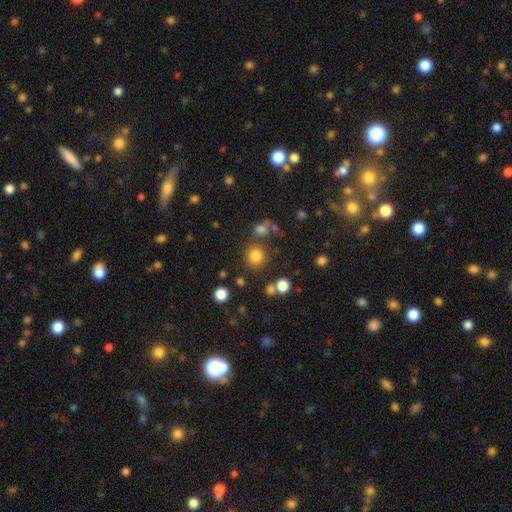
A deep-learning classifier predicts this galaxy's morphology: smooth-or-featured: smooth: 81% | star or artifact: 14% | featured or disk: 5%
  how-rounded: round: 90% | in between: 9% | cigar-shaped: 1%
  merging: none: 79% | minor disturbance: 9% | merger: 9% | major disturbance: 4%